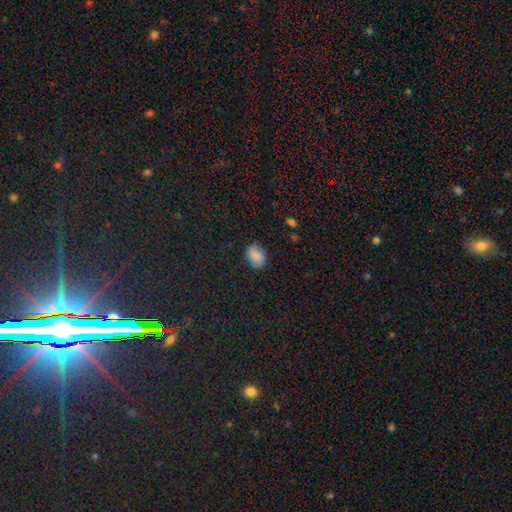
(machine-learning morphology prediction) smooth 84%, star or artifact 9%, featured or disk 7%. Down the decision tree: how rounded — in between (75%); merging — none (79%).